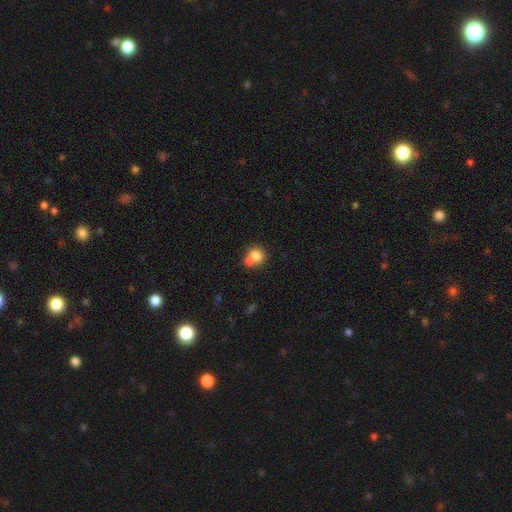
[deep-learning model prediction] This appears to be a smooth galaxy with no disk features (77%) that is round (75%). Merging: merger (46%).